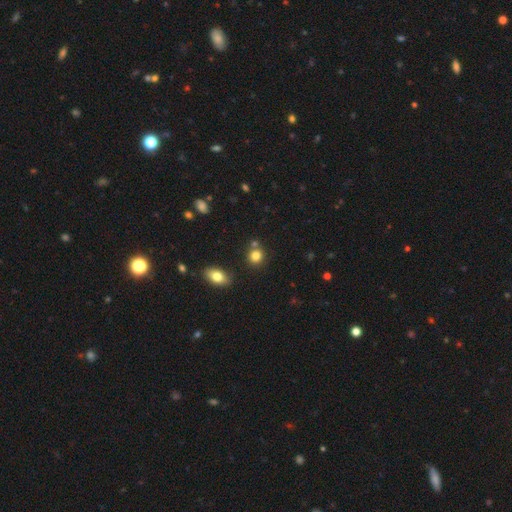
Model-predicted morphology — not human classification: smooth_or_featured: smooth (p=0.82) [alt: star or artifact p=0.12]
how_rounded: round (p=0.81) [alt: in between p=0.18]
merging: none (p=0.74) [alt: merger p=0.14]